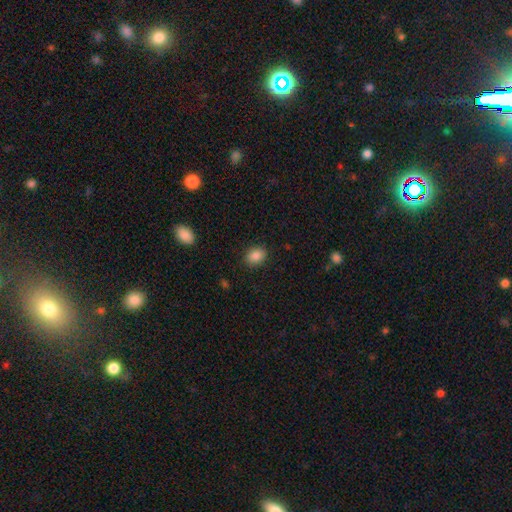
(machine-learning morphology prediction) Smooth or featured: smooth — 86% (star or artifact — 9%)
How rounded: in between — 57% (round — 43%)
Merging: none — 88% (minor disturbance — 9%)